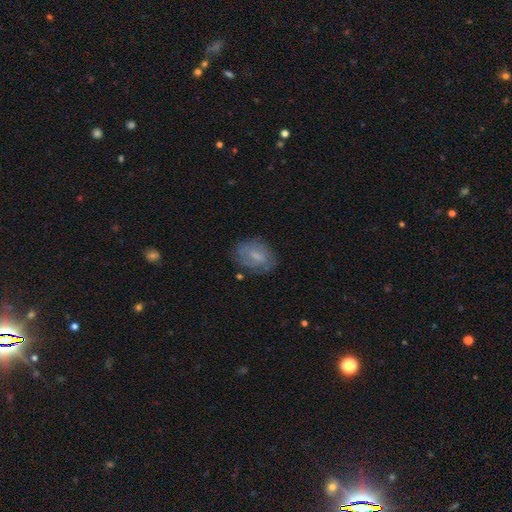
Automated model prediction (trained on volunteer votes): A smooth galaxy with no disk features (50%).

Vote fractions:
- Smooth or featured? smooth: 50% / featured or disk: 42% / star or artifact: 9%
- Merging? none: 68% / minor disturbance: 21% / major disturbance: 9% / merger: 2%